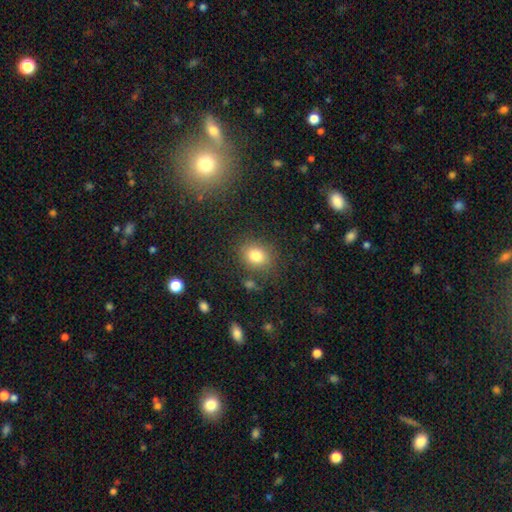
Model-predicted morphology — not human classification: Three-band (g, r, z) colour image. It shows a smooth galaxy with no disk features (80%) that is round (56%). Merging: none (80%).